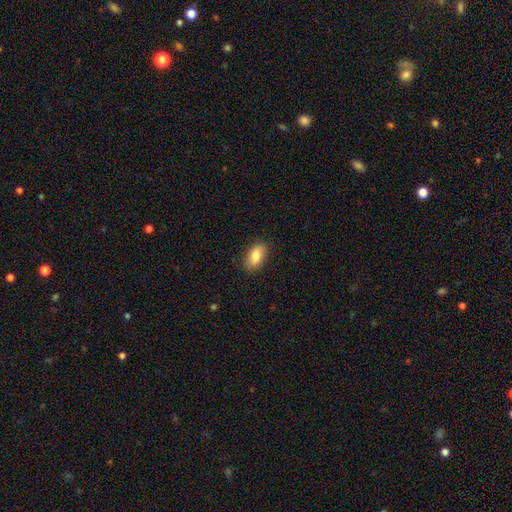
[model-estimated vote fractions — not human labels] This appears to be a smooth galaxy with no disk features (79%) that is in between round and cigar-shaped (91%). Merging: none (87%).